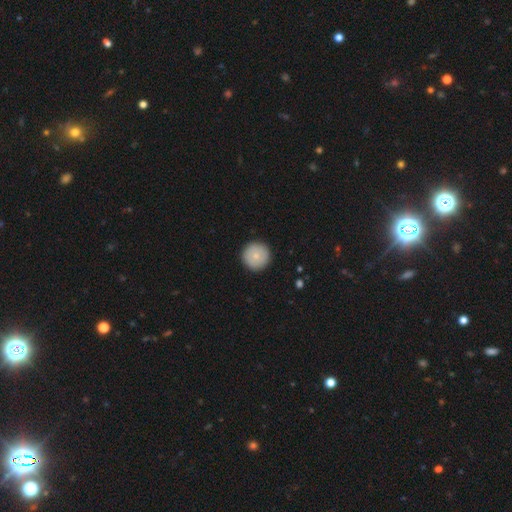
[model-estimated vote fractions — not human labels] smooth 78%, featured or disk 15%, star or artifact 7%. Down the decision tree: how rounded — round (96%); merging — none (92%).